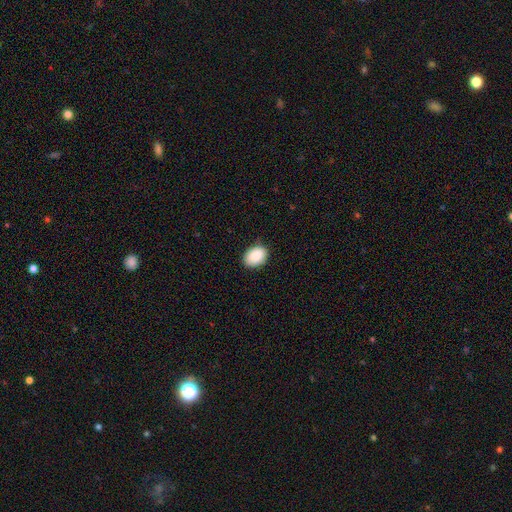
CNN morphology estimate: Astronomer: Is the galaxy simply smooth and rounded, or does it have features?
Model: smooth — 90%.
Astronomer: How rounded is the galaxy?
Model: in between — 81%.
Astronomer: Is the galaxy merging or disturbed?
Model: none — 86%.